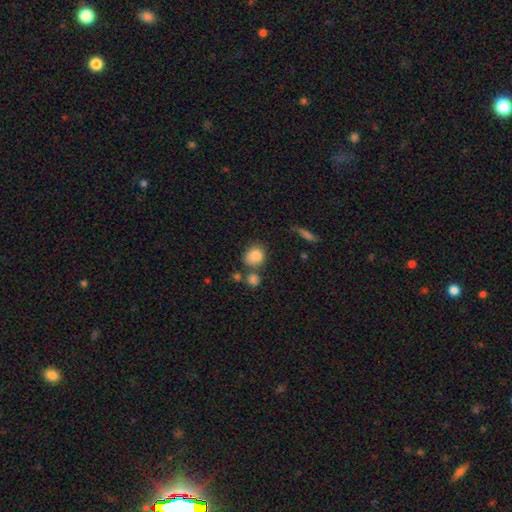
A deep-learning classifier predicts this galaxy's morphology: Smooth or featured? smooth (84%)
How rounded? round (77%)
Merging? none (65%)